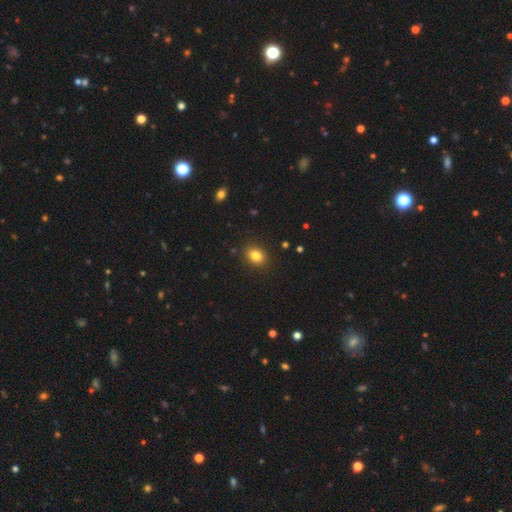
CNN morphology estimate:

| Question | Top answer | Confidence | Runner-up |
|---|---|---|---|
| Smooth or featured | smooth | 82% | star or artifact (11%) |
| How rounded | in between | 57% | round (42%) |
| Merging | none | 89% | minor disturbance (8%) |